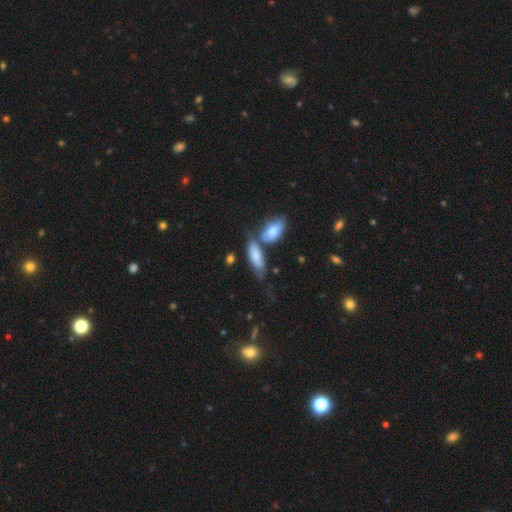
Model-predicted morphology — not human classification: type=smooth (76%); roundness=in between (77%); merging=none (39%).